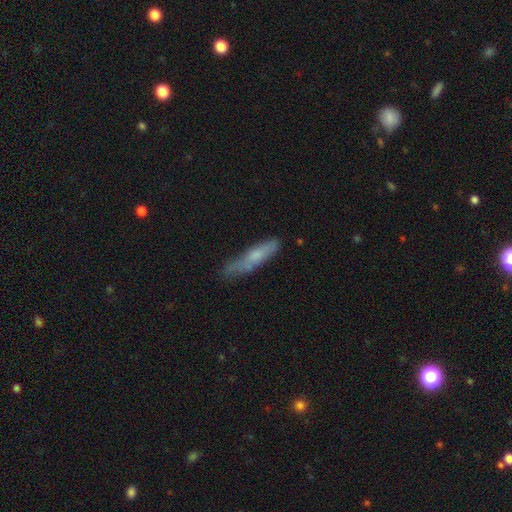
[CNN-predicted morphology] Smooth or featured?
  - smooth: 64% *
  - featured or disk: 29%
  - star or artifact: 7%
How rounded?
  - cigar-shaped: 83% *
  - in between: 16%
  - round: 2%
Merging?
  - none: 60% *
  - minor disturbance: 29%
  - major disturbance: 8%
  - merger: 3%